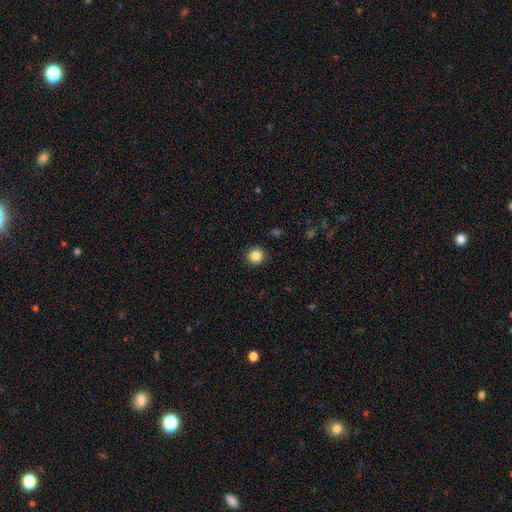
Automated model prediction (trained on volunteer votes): smooth-or-featured: smooth: 86% | star or artifact: 10% | featured or disk: 4%
  how-rounded: round: 93% | in between: 6% | cigar-shaped: 1%
  merging: none: 91% | minor disturbance: 6% | major disturbance: 2% | merger: 1%